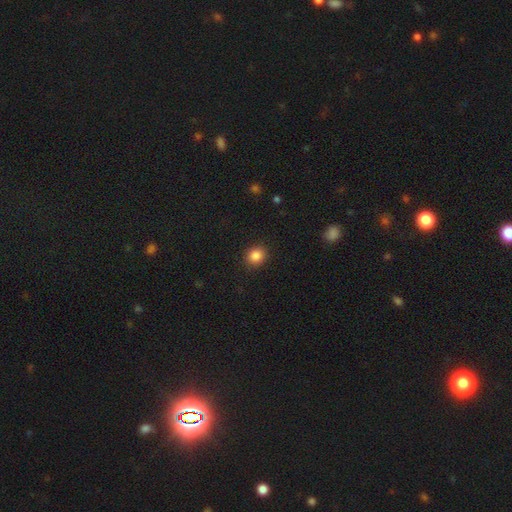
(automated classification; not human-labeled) Smooth or featured: smooth — 85% (star or artifact — 11%)
How rounded: round — 77% (in between — 22%)
Merging: none — 90% (minor disturbance — 7%)